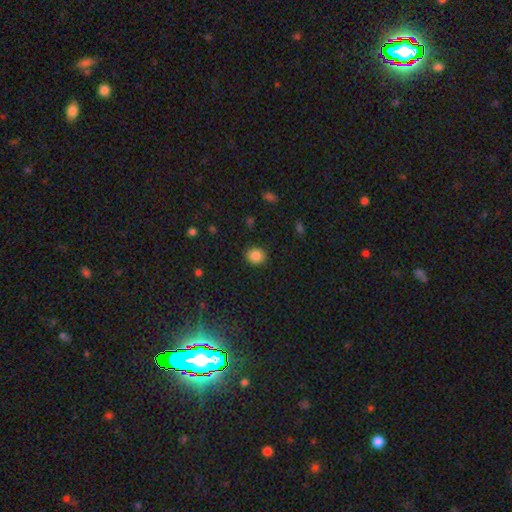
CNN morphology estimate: A smooth galaxy with no disk features (86%) that is round (77%). Merging: none (89%).